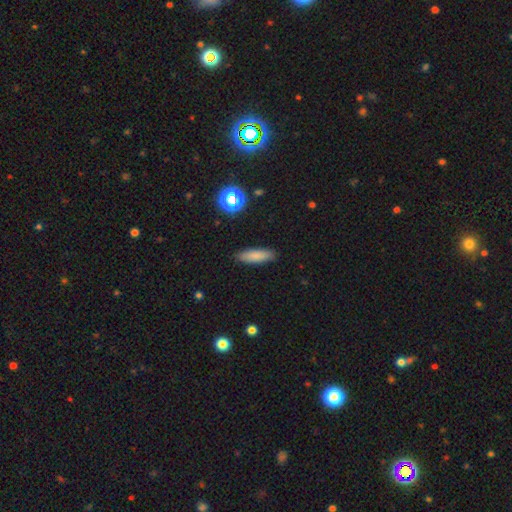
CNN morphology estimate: This is clearly a smooth galaxy (83%). How rounded: possibly cigar-shaped (51%). Merging: clearly none (89%).